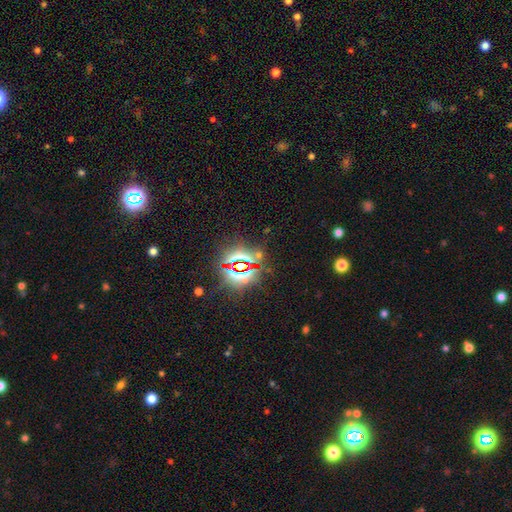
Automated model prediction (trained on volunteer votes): Smooth or featured?
  - star or artifact: 81% *
  - smooth: 11%
  - featured or disk: 8%